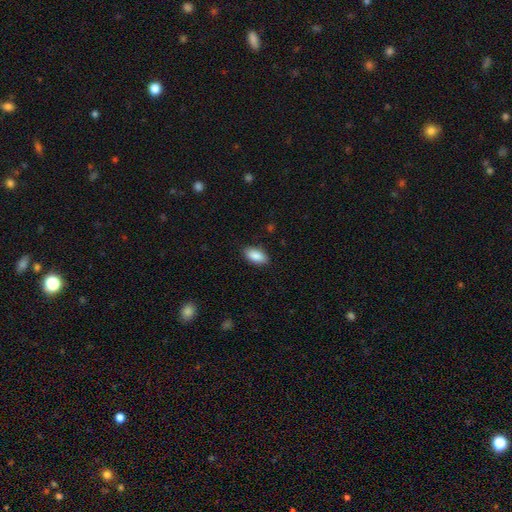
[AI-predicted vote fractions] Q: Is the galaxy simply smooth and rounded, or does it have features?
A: smooth — 89%.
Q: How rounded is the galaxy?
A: in between — 92%.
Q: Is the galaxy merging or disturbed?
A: none — 87%.